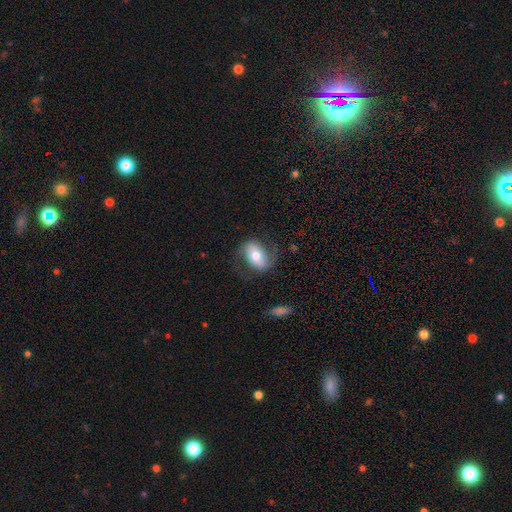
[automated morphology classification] This is possibly a featured or disk galaxy (49%). Merging: likely none (68%).